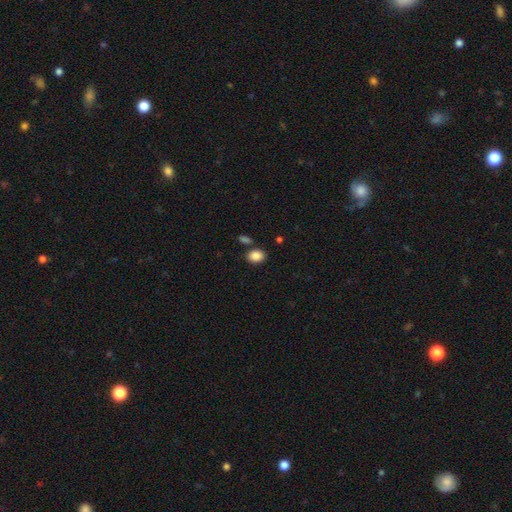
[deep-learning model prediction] The model was most divided on "how rounded": in between: 69%, round: 30%, cigar-shaped: 1%. More confident: smooth or featured — smooth (87%); merging — none (78%).